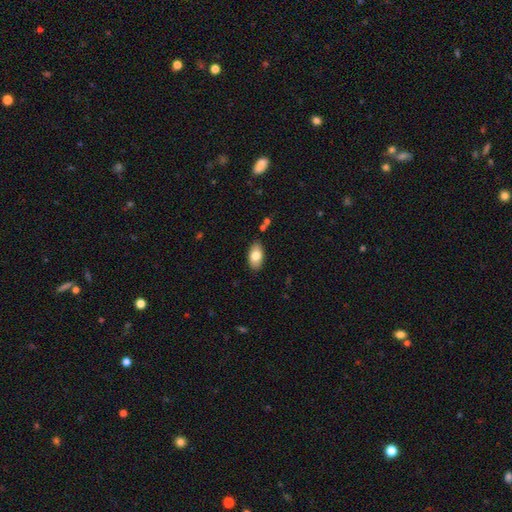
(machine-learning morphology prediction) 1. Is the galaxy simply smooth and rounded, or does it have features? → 78% smooth, 15% featured or disk, 7% star or artifact.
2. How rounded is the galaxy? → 93% in between, 5% round, 3% cigar-shaped.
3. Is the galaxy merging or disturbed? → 85% none, 11% minor disturbance, 2% major disturbance, 2% merger.